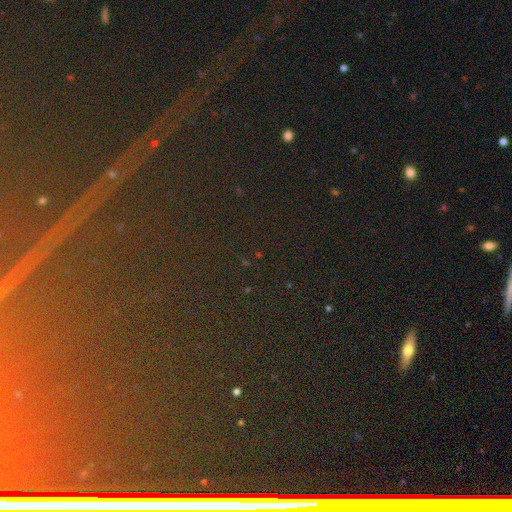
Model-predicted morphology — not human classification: star or artifact 83%, featured or disk 9%, smooth 8%.